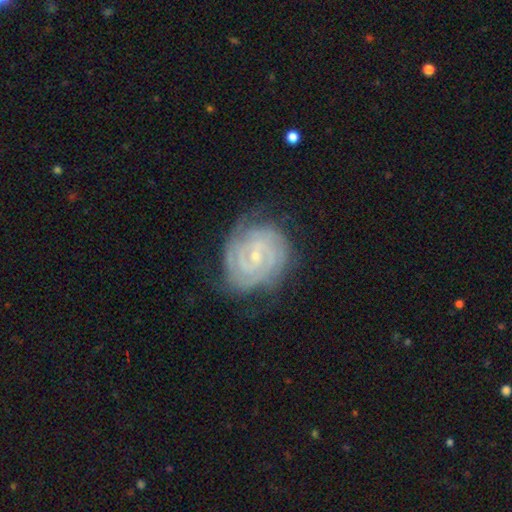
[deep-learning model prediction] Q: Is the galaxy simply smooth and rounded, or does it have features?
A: featured or disk — 88%.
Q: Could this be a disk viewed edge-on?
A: no — 98%.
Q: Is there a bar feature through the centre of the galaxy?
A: weak — 46%.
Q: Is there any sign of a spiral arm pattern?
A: yes — 98%.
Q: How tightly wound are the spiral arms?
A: tight — 82%.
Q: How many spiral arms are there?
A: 2 — 34%.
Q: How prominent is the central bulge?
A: small — 77%.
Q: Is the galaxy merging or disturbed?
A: none — 74%.